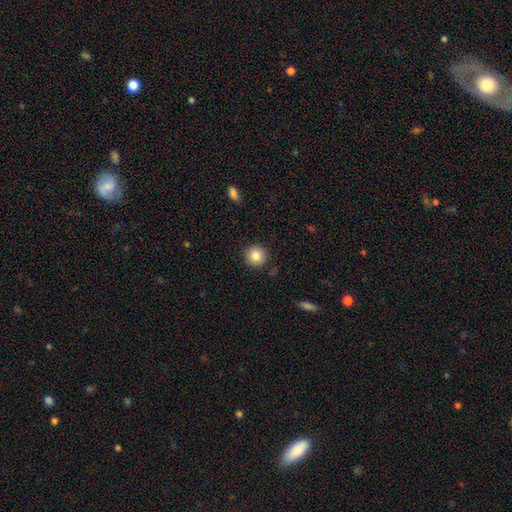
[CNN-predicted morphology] The model was most divided on "smooth or featured": smooth: 84%, star or artifact: 9%, featured or disk: 7%. More confident: how rounded — round (94%); merging — none (90%).